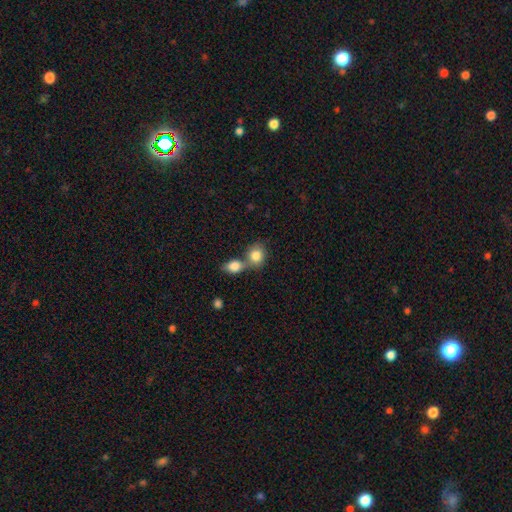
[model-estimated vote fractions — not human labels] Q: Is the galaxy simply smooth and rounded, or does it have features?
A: smooth — 84%.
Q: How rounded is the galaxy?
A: round — 65%.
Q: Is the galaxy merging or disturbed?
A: merger — 52%.